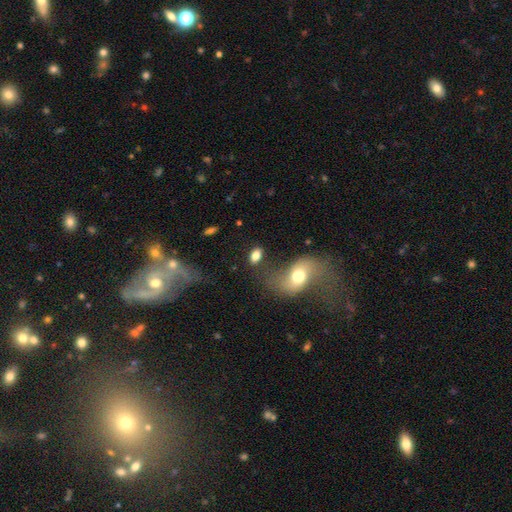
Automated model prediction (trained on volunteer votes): A smooth galaxy with no disk features (79%) that is in between round and cigar-shaped (85%). Merging: none (65%).